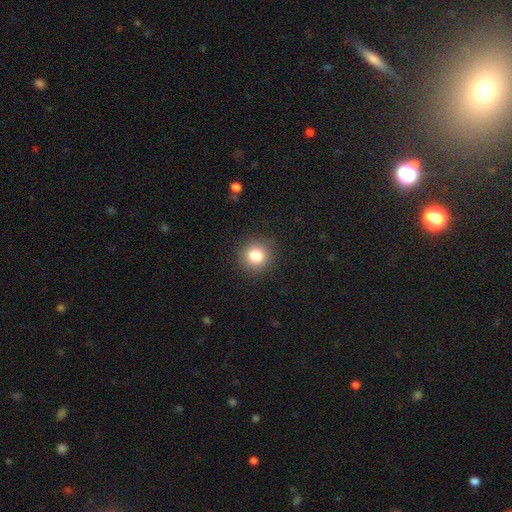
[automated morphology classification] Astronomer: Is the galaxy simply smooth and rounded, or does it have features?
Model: smooth — 82%.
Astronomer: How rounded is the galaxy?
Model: round — 92%.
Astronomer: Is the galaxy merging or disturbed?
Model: none — 90%.